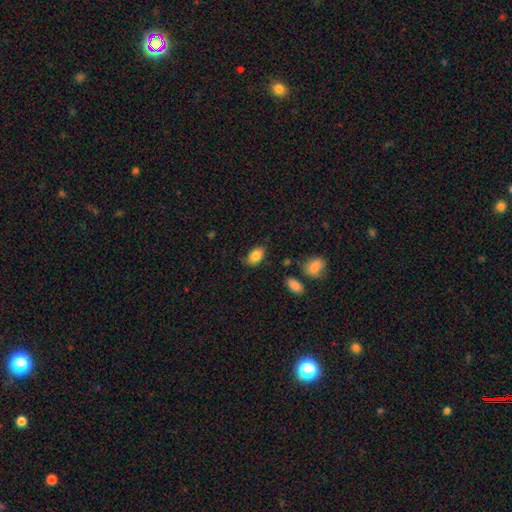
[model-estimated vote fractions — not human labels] Morphology: type=smooth (85%); roundness=in between (88%); merging=none (77%).